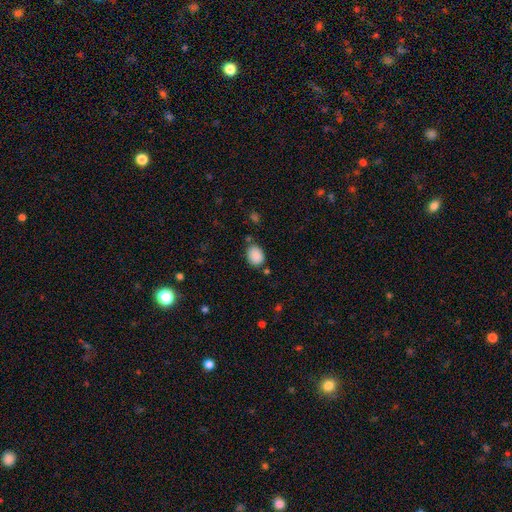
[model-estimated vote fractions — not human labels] This is clearly a smooth galaxy (88%). How rounded: possibly in between (58%). Merging: likely none (73%).